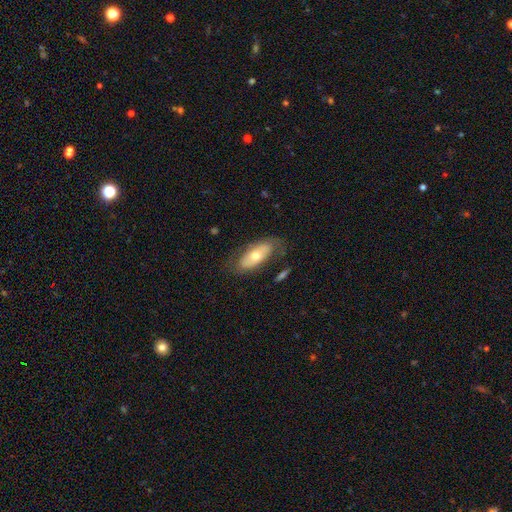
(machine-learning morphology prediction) type=smooth (54%); roundness=in between (83%); merging=none (68%).